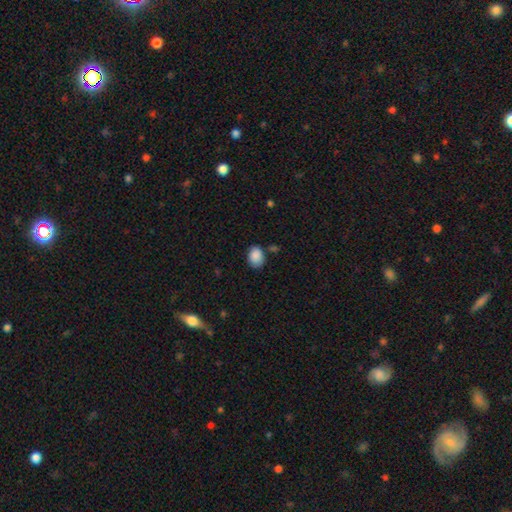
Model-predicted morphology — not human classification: smooth-or-featured: smooth: 88% | star or artifact: 8% | featured or disk: 4%
  how-rounded: in between: 72% | round: 27% | cigar-shaped: 1%
  merging: none: 72% | minor disturbance: 19% | merger: 5% | major disturbance: 4%